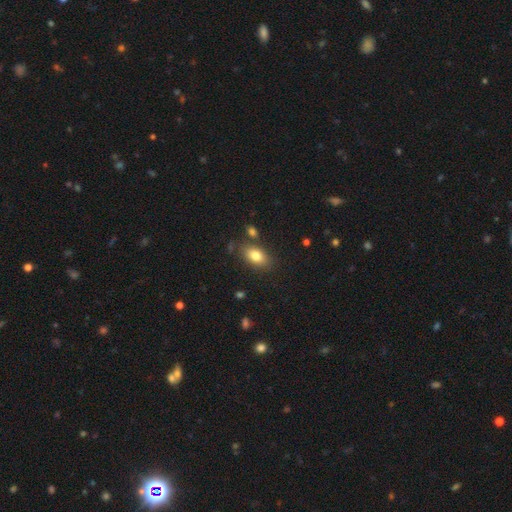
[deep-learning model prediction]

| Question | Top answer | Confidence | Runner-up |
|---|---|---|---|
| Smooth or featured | smooth | 80% | featured or disk (11%) |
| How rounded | in between | 88% | round (10%) |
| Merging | none | 77% | minor disturbance (13%) |